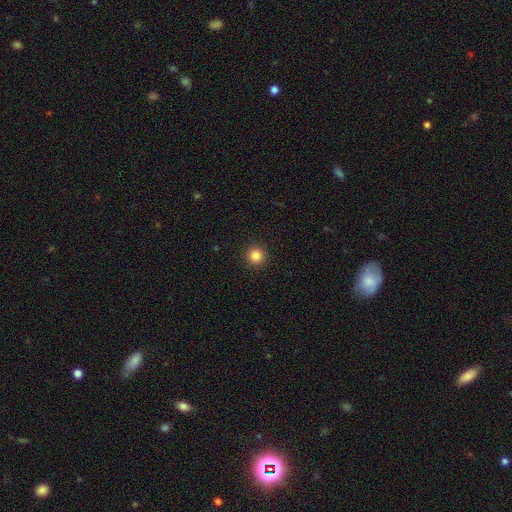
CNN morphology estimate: This is clearly a smooth galaxy (85%). How rounded: clearly round (96%). Merging: clearly none (93%).